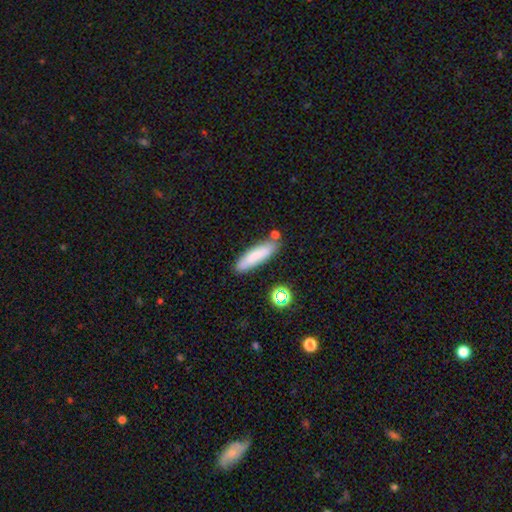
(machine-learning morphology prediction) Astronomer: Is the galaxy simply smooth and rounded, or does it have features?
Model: smooth — 77%.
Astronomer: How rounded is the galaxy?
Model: cigar-shaped — 70%.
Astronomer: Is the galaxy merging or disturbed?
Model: none — 75%.